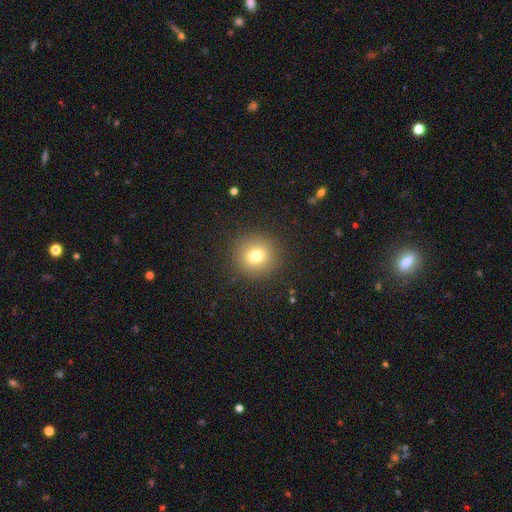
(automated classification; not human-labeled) A smooth galaxy with no disk features (77%) that is round (91%).

Vote fractions:
- Smooth or featured? smooth: 77% / star or artifact: 13% / featured or disk: 10%
- How rounded? round: 91% / in between: 8% / cigar-shaped: 1%
- Merging? none: 90% / minor disturbance: 6% / major disturbance: 3% / merger: 1%